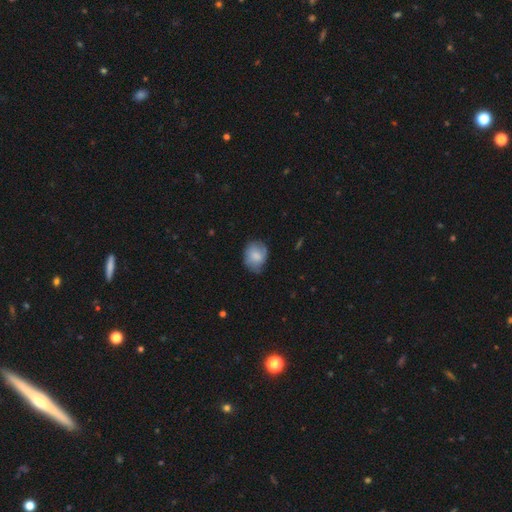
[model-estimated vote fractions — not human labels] Smooth or featured? smooth (72%)
How rounded? round (51%)
Merging? none (62%)